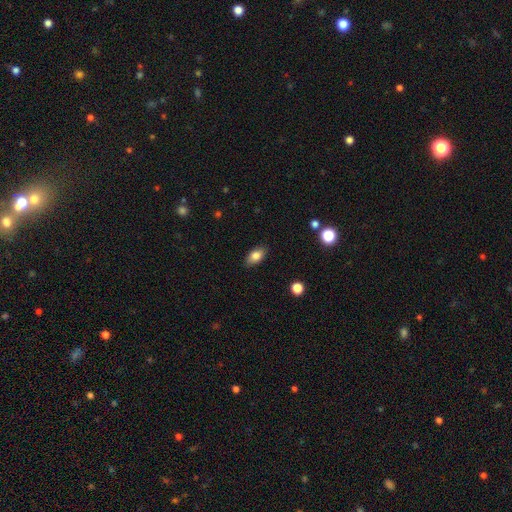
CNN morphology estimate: smooth_or_featured: smooth (p=0.82) [alt: featured or disk p=0.09]
how_rounded: in between (p=0.89) [alt: round p=0.08]
merging: none (p=0.87) [alt: minor disturbance p=0.10]